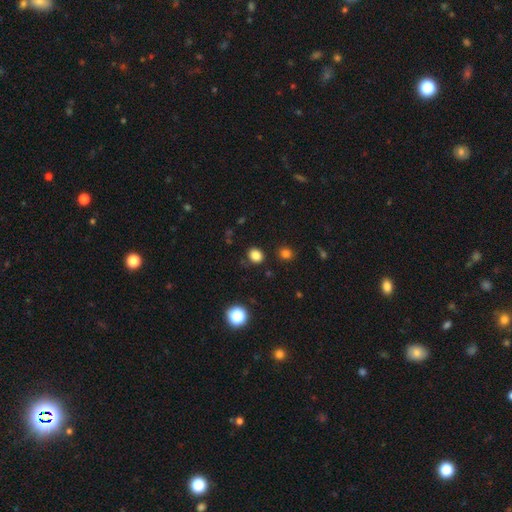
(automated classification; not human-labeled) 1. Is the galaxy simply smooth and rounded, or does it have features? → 83% smooth, 13% star or artifact, 4% featured or disk.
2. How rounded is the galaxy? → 62% round, 37% in between, 1% cigar-shaped.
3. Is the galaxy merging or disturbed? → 86% none, 9% minor disturbance, 3% major disturbance, 3% merger.